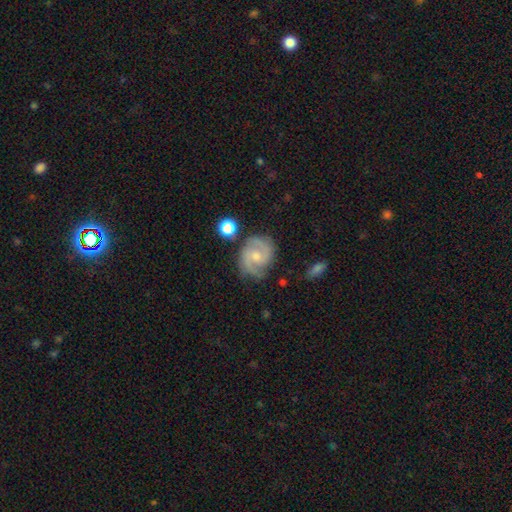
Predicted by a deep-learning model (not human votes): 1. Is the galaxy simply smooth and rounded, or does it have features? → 81% featured or disk, 13% smooth, 6% star or artifact.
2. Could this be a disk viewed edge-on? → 98% no, 2% yes.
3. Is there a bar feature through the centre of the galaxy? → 48% no, 44% weak, 7% strong.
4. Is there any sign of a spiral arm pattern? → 96% yes, 4% no.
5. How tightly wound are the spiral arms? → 52% medium, 32% tight, 16% loose.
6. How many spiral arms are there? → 85% 2, 6% can't tell, 4% 3, 2% 1, 1% 4, 1% more than 4.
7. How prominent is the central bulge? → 48% small, 44% moderate, 5% none, 2% large, 1% dominant.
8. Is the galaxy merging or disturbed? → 74% none, 17% minor disturbance, 6% major disturbance, 3% merger.